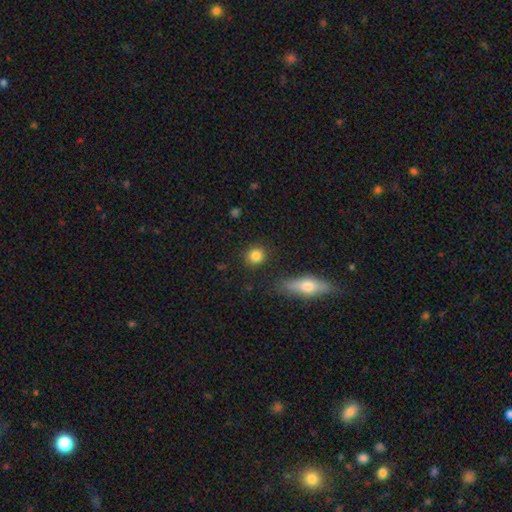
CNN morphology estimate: Q: Smooth or featured?
A: smooth (84%); runner-up: star or artifact (9%)
Q: How rounded?
A: round (86%); runner-up: in between (12%)
Q: Merging?
A: none (87%); runner-up: minor disturbance (7%)